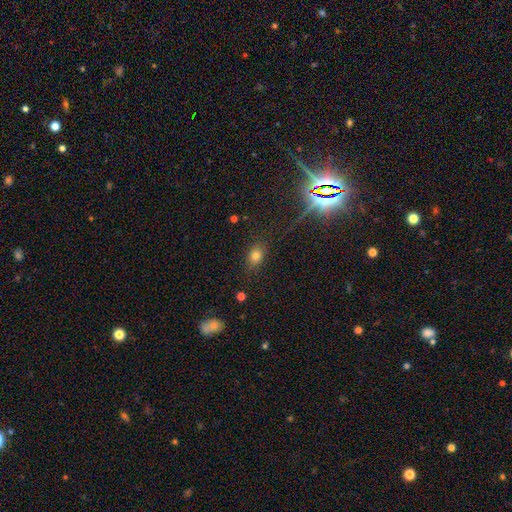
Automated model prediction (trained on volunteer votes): smooth 75%, star or artifact 17%, featured or disk 9%. Down the decision tree: how rounded — in between (64%); merging — none (82%).